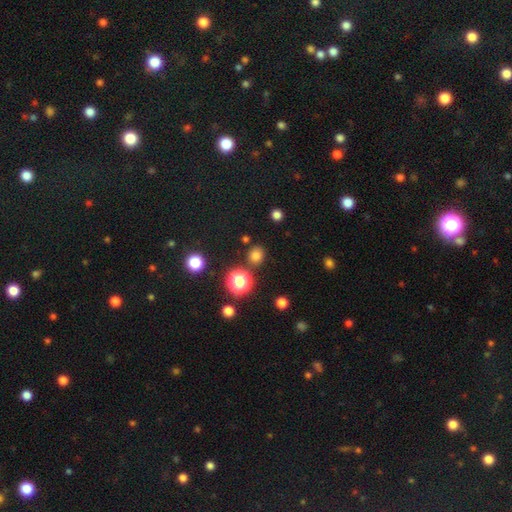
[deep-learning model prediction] Smooth or featured?
  - smooth: 75% *
  - star or artifact: 20%
  - featured or disk: 5%
How rounded?
  - round: 86% *
  - in between: 13%
  - cigar-shaped: 1%
Merging?
  - none: 86% *
  - minor disturbance: 8%
  - merger: 4%
  - major disturbance: 3%